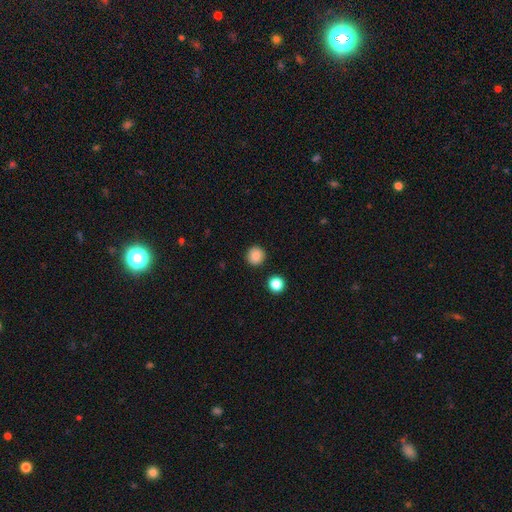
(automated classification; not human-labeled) Smooth or featured? Predicted: smooth (p=0.86). How rounded? Predicted: round (p=0.94). Merging? Predicted: none (p=0.91).